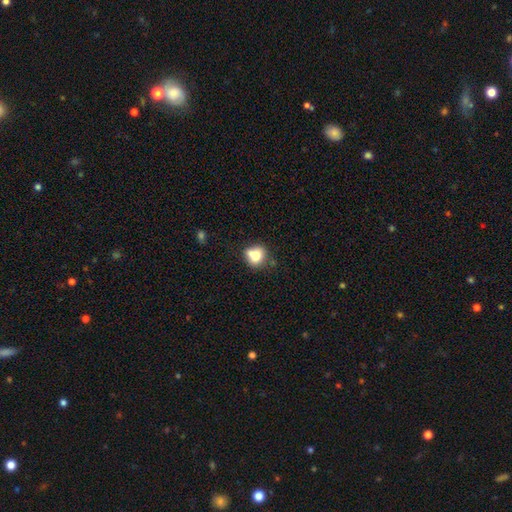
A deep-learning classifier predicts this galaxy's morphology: smooth_or_featured: smooth (p=0.74) [alt: featured or disk p=0.16]
how_rounded: round (p=0.73) [alt: in between p=0.26]
merging: none (p=0.54) [alt: merger p=0.22]